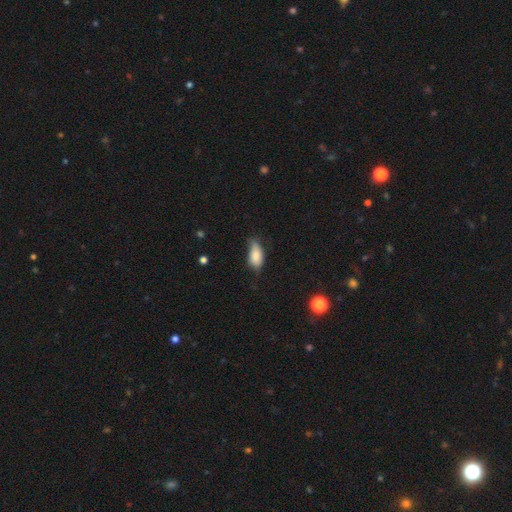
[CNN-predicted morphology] type=smooth (82%); roundness=in between (89%); merging=none (45%).